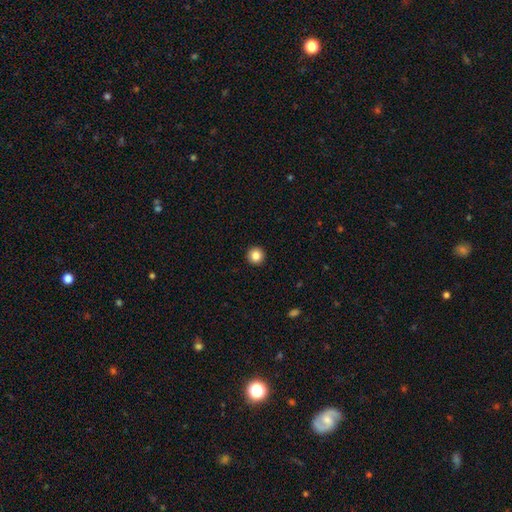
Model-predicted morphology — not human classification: A smooth galaxy with no disk features (85%) that is round (96%). Merging: none (94%).